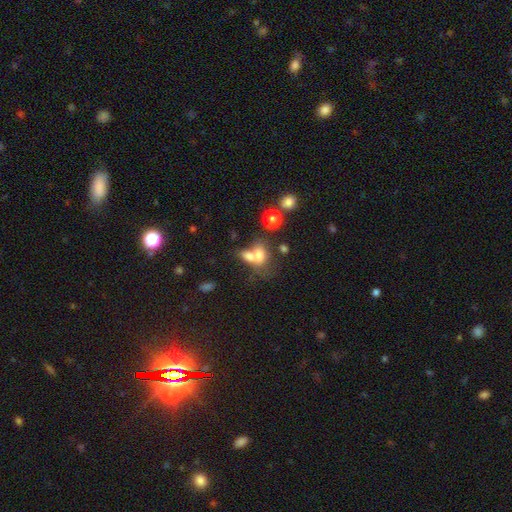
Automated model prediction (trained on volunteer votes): Morphology: type=smooth (69%); roundness=in between (68%); merging=merger (61%).